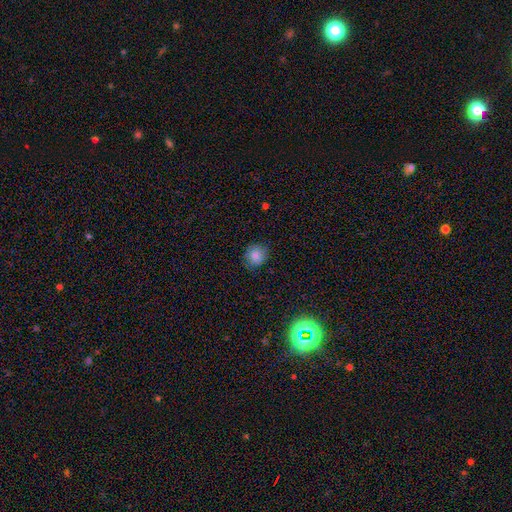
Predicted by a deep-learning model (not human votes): Smooth or featured? Predicted: smooth (p=0.82). How rounded? Predicted: round (p=0.80). Merging? Predicted: none (p=0.80).